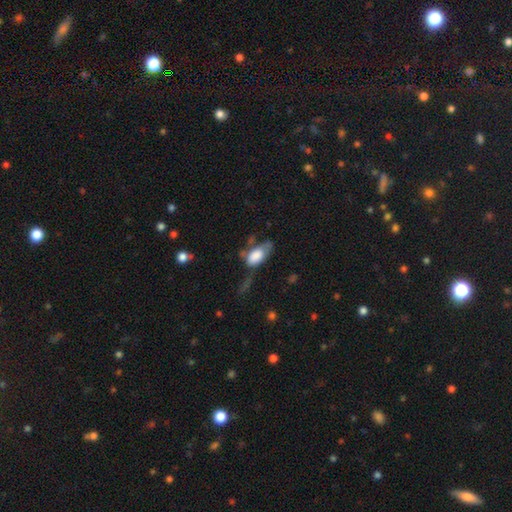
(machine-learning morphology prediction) A smooth galaxy with no disk features (76%) that is in between round and cigar-shaped (92%).

Vote fractions:
- Smooth or featured? smooth: 76% / featured or disk: 16% / star or artifact: 7%
- How rounded? in between: 92% / cigar-shaped: 4% / round: 3%
- Merging? major disturbance: 30% (tied) / minor disturbance: 30% (tied) / none: 29% / merger: 11%